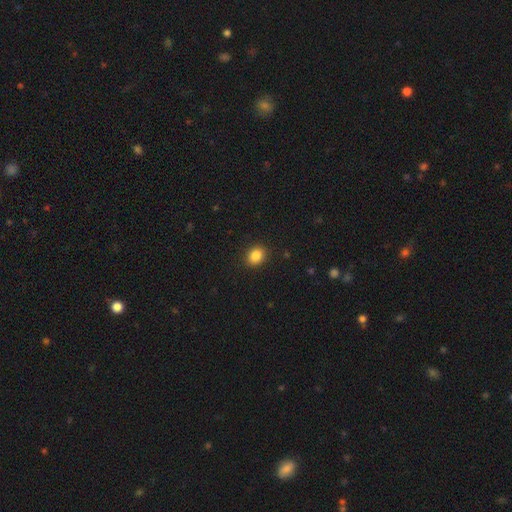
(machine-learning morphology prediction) Smooth or featured? Predicted: smooth (p=0.86). How rounded? Predicted: round (p=0.50). Merging? Predicted: none (p=0.90).